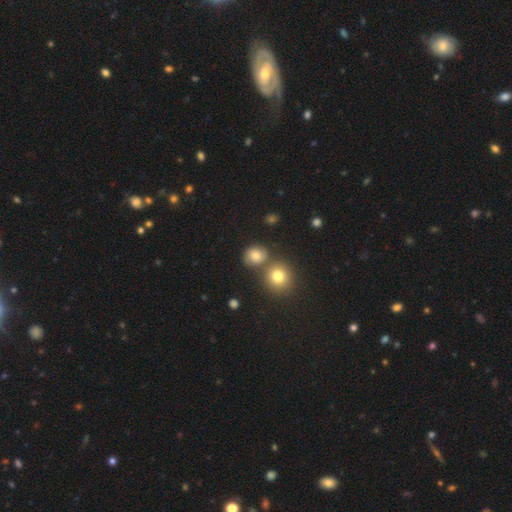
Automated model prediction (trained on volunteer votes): Smooth or featured? smooth (74%)
How rounded? round (77%)
Merging? none (66%)